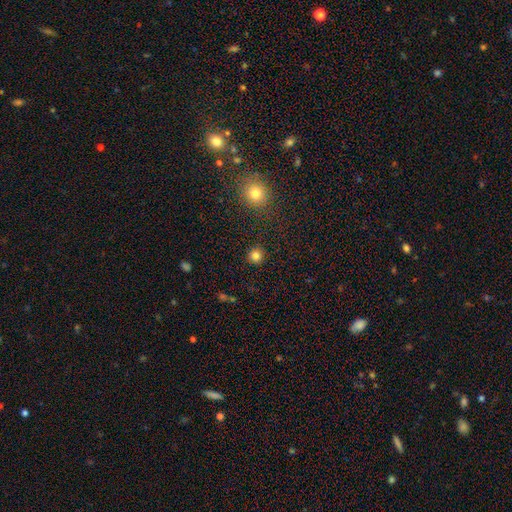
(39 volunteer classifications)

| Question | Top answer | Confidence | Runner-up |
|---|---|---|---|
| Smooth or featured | smooth | 87% | star or artifact (10%) |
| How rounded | round | 91% | in between (6%) |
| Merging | none | 89% | minor disturbance (6%) |